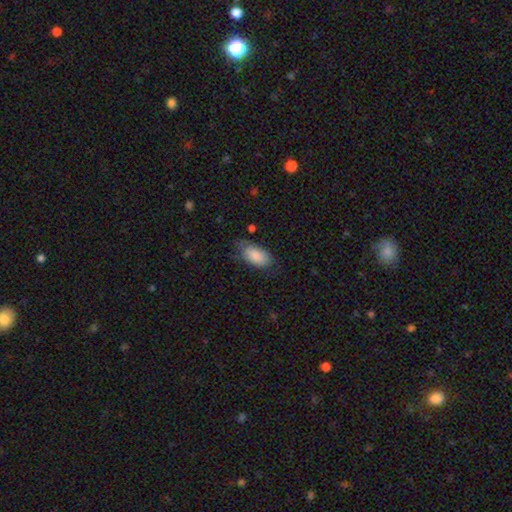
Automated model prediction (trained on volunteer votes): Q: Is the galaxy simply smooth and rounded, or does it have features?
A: smooth — 86%.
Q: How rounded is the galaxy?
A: in between — 94%.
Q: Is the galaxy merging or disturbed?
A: none — 60%.